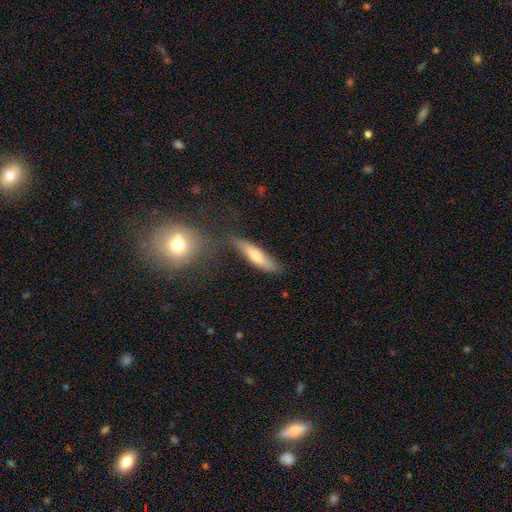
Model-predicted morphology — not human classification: Smooth or featured: smooth — 67% (featured or disk — 26%)
How rounded: cigar-shaped — 72% (in between — 26%)
Merging: none — 71% (minor disturbance — 18%)